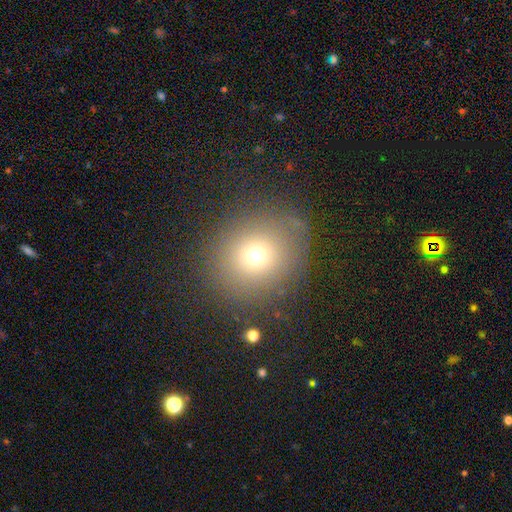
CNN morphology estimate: smooth_or_featured: smooth (p=0.69) [alt: star or artifact p=0.19]
how_rounded: round (p=0.82) [alt: in between p=0.17]
merging: none (p=0.84) [alt: minor disturbance p=0.10]